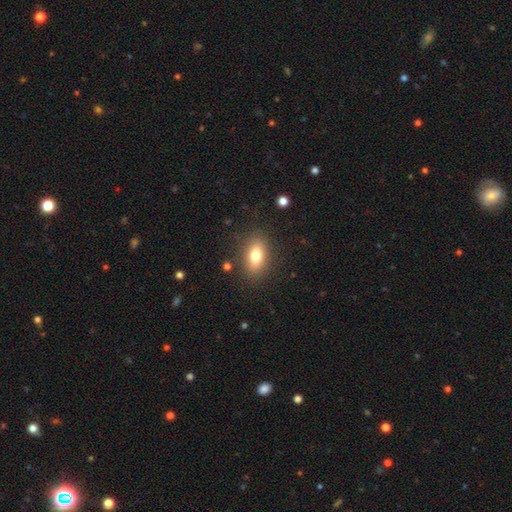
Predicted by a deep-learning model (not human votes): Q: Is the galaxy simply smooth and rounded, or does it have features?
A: smooth — 77%.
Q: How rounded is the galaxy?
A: in between — 84%.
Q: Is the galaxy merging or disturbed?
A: none — 85%.